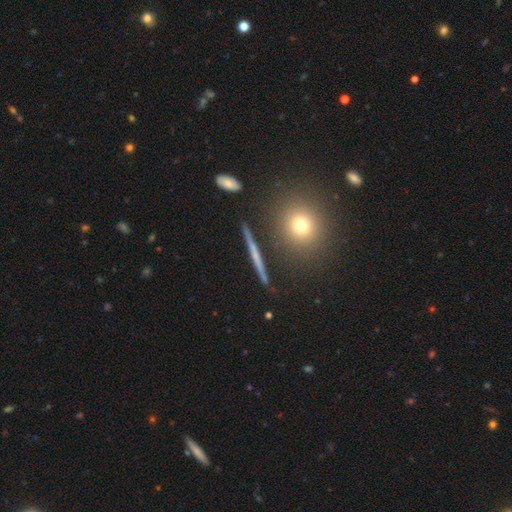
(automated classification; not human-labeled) Smooth or featured? Predicted: featured or disk (p=0.58). Edge-on disk? Predicted: yes (p=0.93). Edge-on bulge? Predicted: none (p=0.72). Merging? Predicted: none (p=0.88).